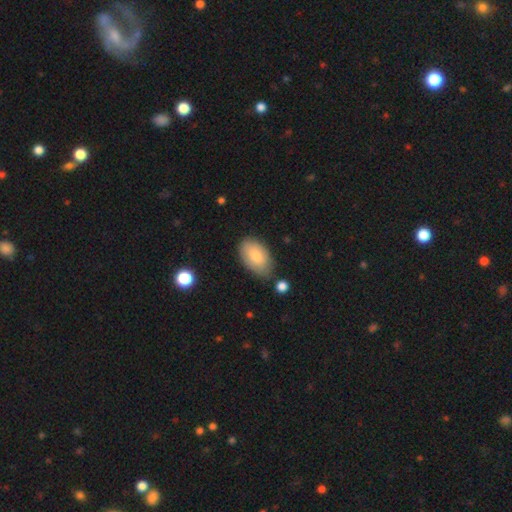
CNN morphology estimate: smooth-or-featured: smooth: 77% | featured or disk: 16% | star or artifact: 6%
  how-rounded: in between: 93% | round: 5% | cigar-shaped: 1%
  merging: none: 74% | minor disturbance: 18% | merger: 4% | major disturbance: 4%